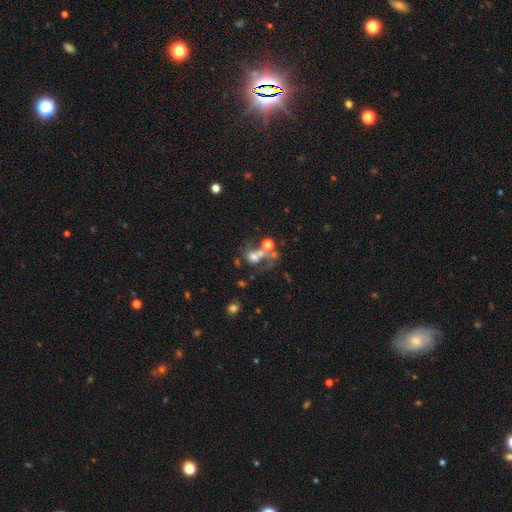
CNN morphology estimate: Q: Smooth or featured?
A: smooth (47%); runner-up: featured or disk (33%)
Q: Merging?
A: merger (44%); runner-up: none (25%)